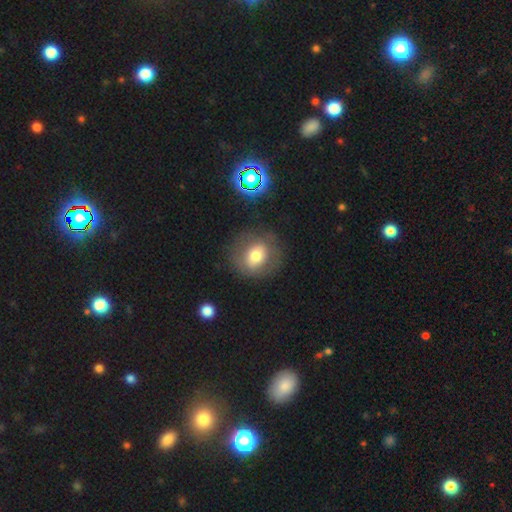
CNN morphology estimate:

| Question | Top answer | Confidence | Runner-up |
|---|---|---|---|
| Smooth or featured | smooth | 62% | featured or disk (27%) |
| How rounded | round | 72% | in between (27%) |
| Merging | none | 77% | minor disturbance (13%) |